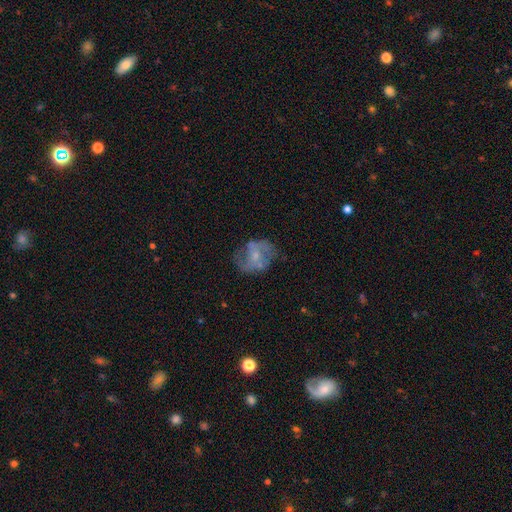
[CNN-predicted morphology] This appears to be a featured or disk galaxy (63%) with no bar (61%), spiral arms (62%) and a small central bulge (56%). Merging: none (55%).